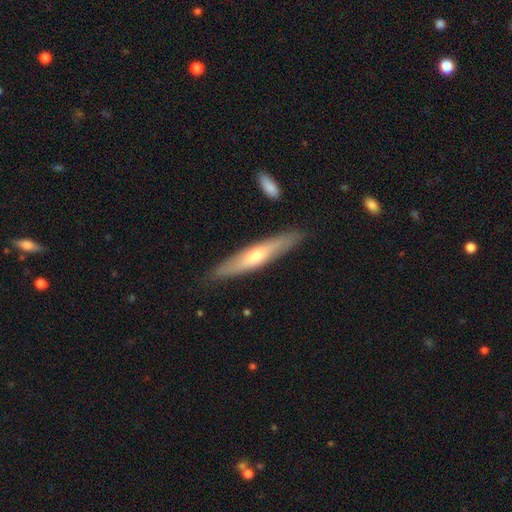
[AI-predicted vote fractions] This is possibly a featured or disk galaxy (54%). It is clearly viewed edge-on (87%). Merging: clearly none (85%).